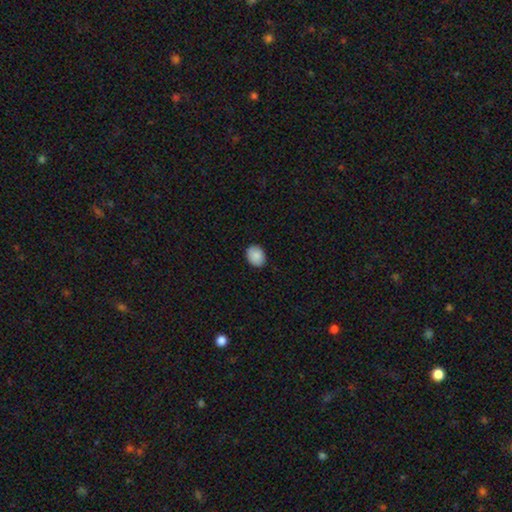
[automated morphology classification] Smooth or featured: smooth — 88% (star or artifact — 7%)
How rounded: in between — 57% (round — 42%)
Merging: none — 89% (minor disturbance — 9%)